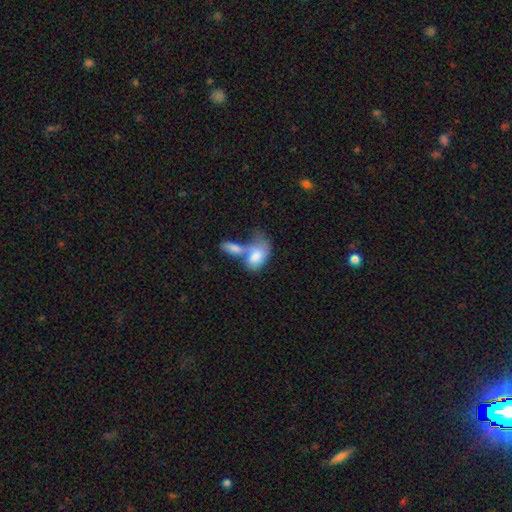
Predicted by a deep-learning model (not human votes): Overall: smooth (76%). How rounded: in between (91%). Merging: merger (64%).